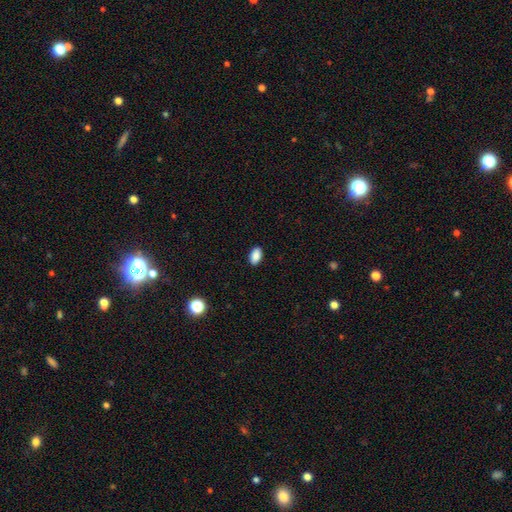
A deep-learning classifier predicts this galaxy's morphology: smooth-or-featured: smooth: 89% | star or artifact: 8% | featured or disk: 3%
  how-rounded: in between: 93% | round: 5% | cigar-shaped: 2%
  merging: none: 89% | minor disturbance: 8% | major disturbance: 2% | merger: 1%